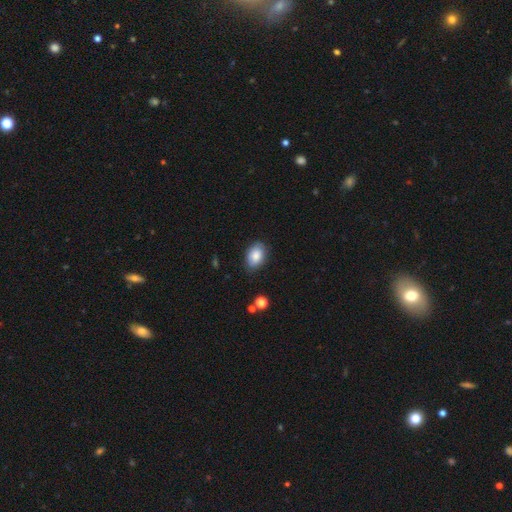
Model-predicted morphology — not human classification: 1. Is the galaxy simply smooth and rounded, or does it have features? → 84% smooth, 9% featured or disk, 7% star or artifact.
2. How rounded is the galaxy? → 86% in between, 13% round, 1% cigar-shaped.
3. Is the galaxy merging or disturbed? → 82% none, 14% minor disturbance, 3% major disturbance, 1% merger.